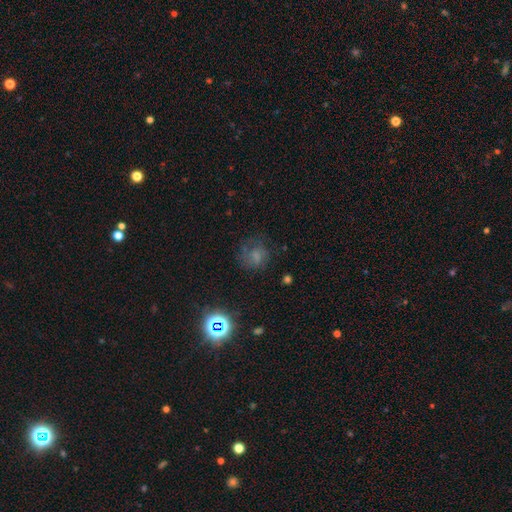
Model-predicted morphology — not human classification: Smooth or featured? Predicted: smooth (p=0.54). How rounded? Predicted: round (p=0.73). Merging? Predicted: none (p=0.58).